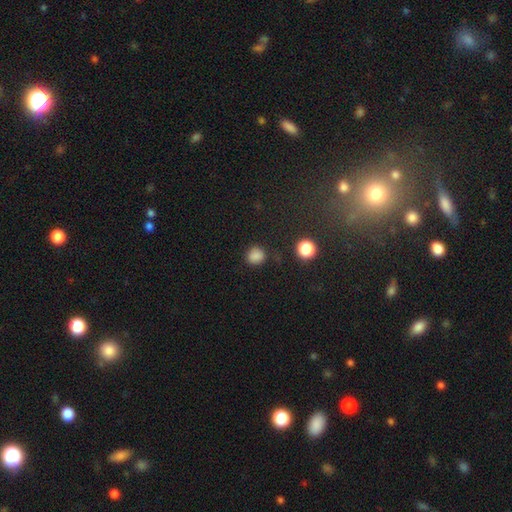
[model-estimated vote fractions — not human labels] Q: Smooth or featured?
A: smooth (83%); runner-up: star or artifact (14%)
Q: How rounded?
A: round (86%); runner-up: in between (13%)
Q: Merging?
A: none (79%); runner-up: minor disturbance (13%)